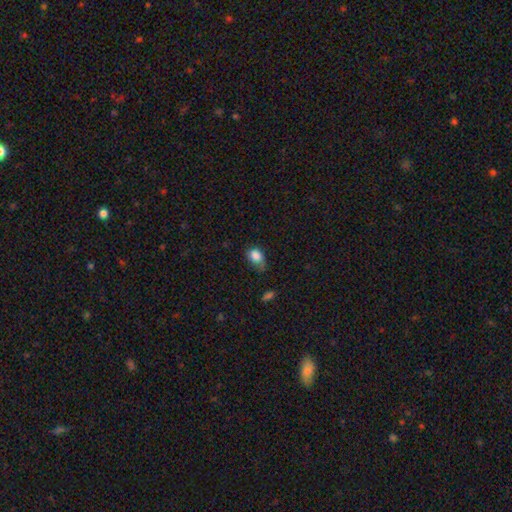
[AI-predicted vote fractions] smooth 83%, star or artifact 9%, featured or disk 8%. Down the decision tree: how rounded — in between (75%); merging — minor disturbance (43%).